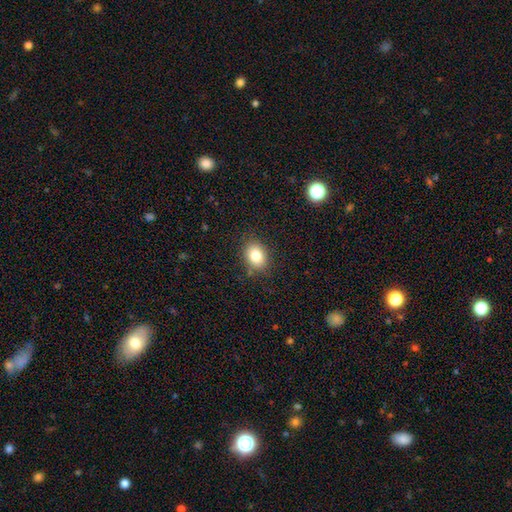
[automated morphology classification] Overall: smooth (81%). How rounded: in between (60%; round 39%). Merging: none (84%).